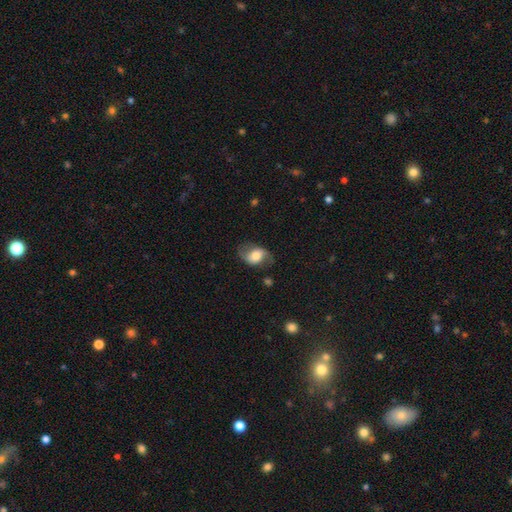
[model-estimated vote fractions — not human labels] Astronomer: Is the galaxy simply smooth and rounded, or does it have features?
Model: featured or disk — 53% (runner-up: smooth, 39%).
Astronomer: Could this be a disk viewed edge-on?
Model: no — 95%.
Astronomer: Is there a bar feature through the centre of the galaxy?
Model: no — 49% (runner-up: weak, 35%).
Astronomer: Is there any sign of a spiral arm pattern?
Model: yes — 83%.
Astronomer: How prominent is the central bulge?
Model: moderate — 52%.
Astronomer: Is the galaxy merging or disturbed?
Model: none — 68%.